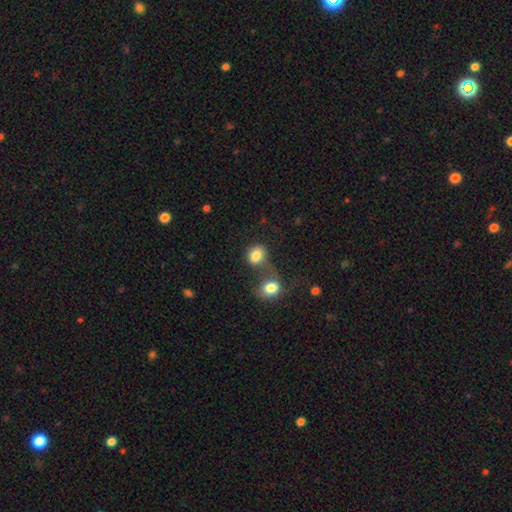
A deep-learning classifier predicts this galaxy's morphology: type=smooth (82%); roundness=round (51%); merging=merger (51%).